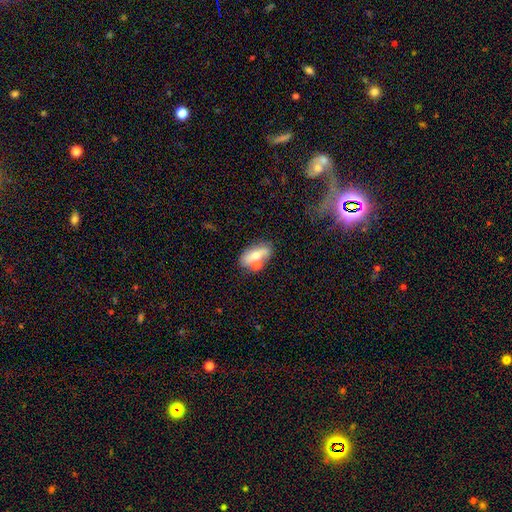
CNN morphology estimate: smooth 57%, featured or disk 35%, star or artifact 8%. Down the decision tree: how rounded — in between (77%); merging — none (59%).